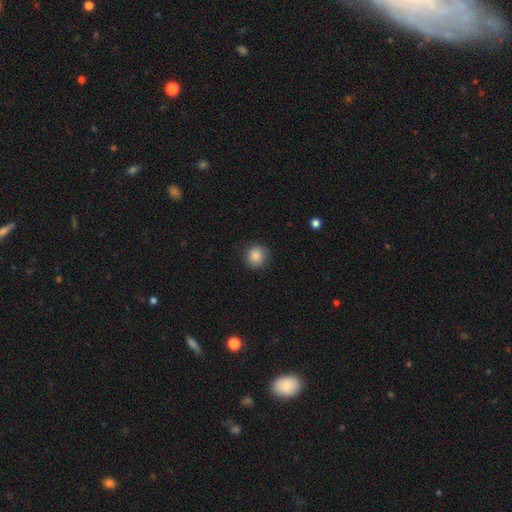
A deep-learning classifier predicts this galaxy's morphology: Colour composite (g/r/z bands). It shows a smooth galaxy with no disk features (86%) that is round (90%). Merging: none (86%).